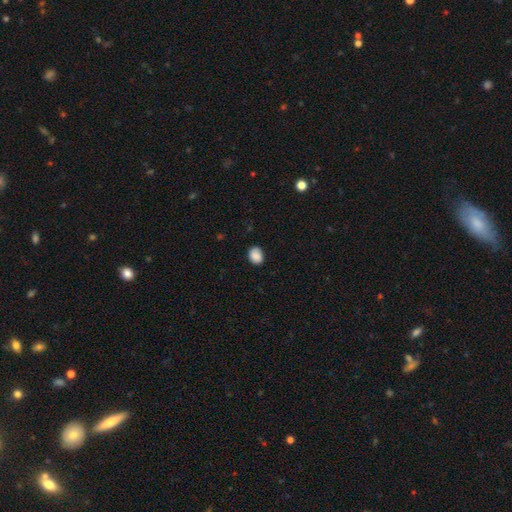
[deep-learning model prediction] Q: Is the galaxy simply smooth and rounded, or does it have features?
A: smooth — 87%.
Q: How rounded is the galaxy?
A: in between — 52%.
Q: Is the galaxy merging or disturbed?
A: none — 81%.